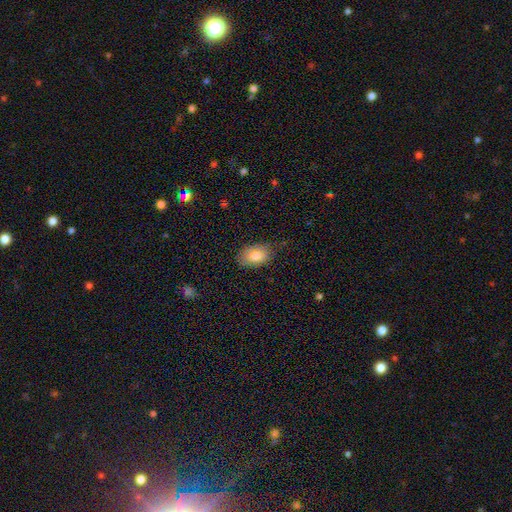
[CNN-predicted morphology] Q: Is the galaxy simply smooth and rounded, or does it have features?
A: smooth — 82%.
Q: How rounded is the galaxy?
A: in between — 90%.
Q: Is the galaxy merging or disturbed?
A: none — 72%.